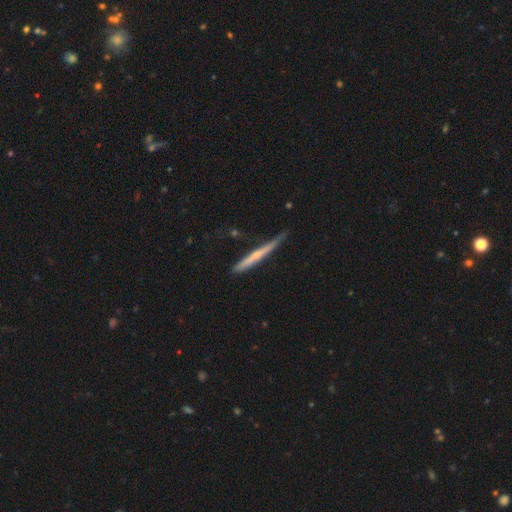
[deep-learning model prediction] Q: Smooth or featured?
A: featured or disk (55%); runner-up: smooth (39%)
Q: Edge-on disk?
A: yes (96%); runner-up: no (4%)
Q: Edge-on bulge?
A: none (49%); runner-up: rounded (47%)
Q: Merging?
A: none (66%); runner-up: minor disturbance (27%)